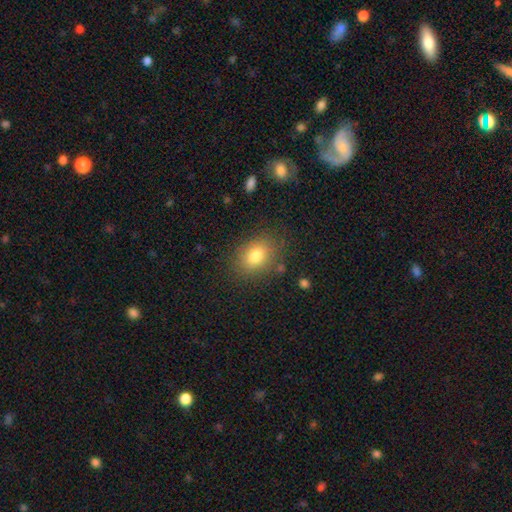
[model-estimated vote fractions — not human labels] Smooth or featured? smooth (79%)
How rounded? in between (65%)
Merging? none (81%)